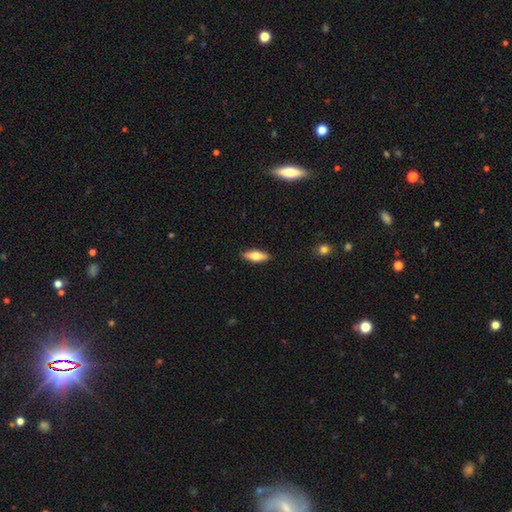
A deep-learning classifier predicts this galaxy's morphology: type=smooth (64%); roundness=in between (61%); merging=none (89%).